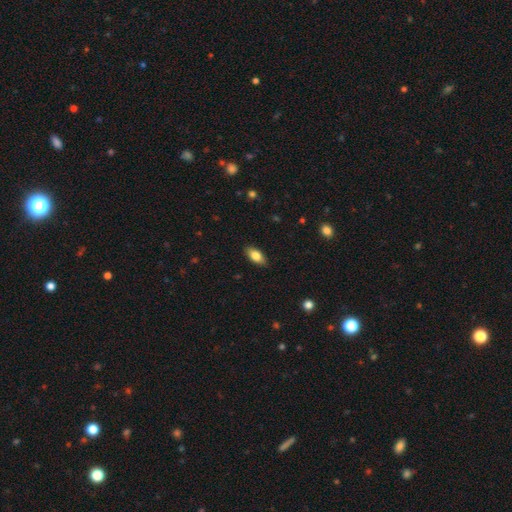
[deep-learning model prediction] A smooth galaxy with no disk features (81%) that is in between round and cigar-shaped (88%). Merging: none (88%).